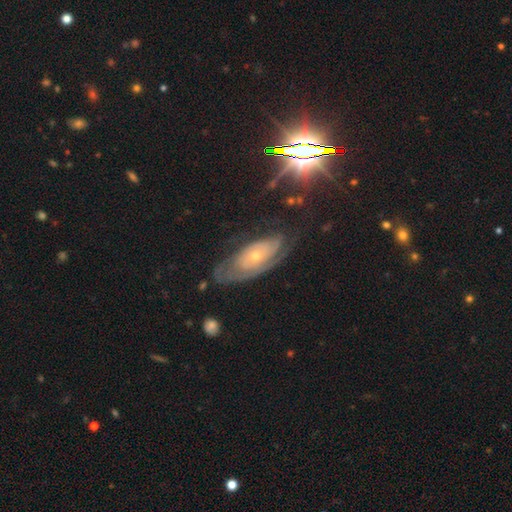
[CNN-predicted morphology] The model was most divided on "spiral arm count": can't tell: 50%, 2: 30%, 3: 7%, 1: 7%, 4: 3%, more than 4: 3%. More confident: edge-on disk — no (89%); spiral arms — yes (85%); bar — no (81%); smooth or featured — featured or disk (75%); spiral winding — tight (67%); merging — none (62%); bulge size — small (60%).